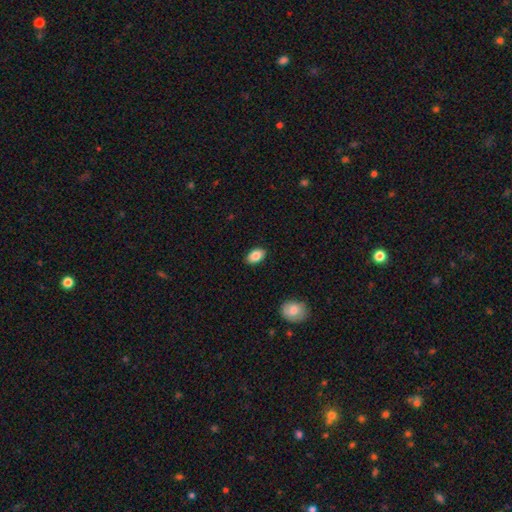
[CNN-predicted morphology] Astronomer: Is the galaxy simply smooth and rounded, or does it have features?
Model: smooth — 86%.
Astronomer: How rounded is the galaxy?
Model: in between — 91%.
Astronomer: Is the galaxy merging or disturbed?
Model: none — 89%.